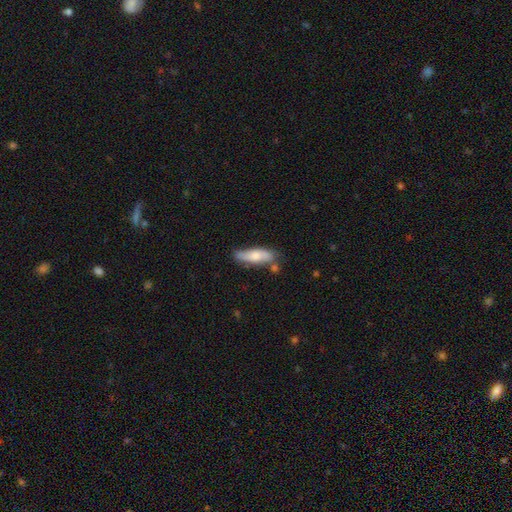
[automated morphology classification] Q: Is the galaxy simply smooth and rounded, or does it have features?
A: smooth — 66%.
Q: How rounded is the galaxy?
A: cigar-shaped — 50%.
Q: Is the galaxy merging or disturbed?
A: none — 66%.